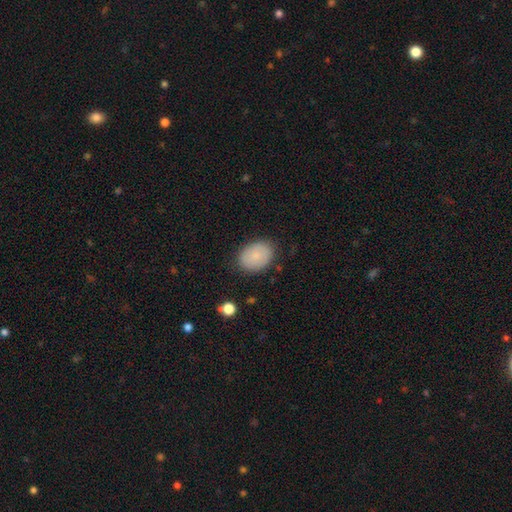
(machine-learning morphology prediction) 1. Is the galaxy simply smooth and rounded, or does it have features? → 81% smooth, 11% featured or disk, 8% star or artifact.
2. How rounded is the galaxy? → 72% in between, 27% round, 1% cigar-shaped.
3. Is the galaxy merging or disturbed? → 84% none, 12% minor disturbance, 3% major disturbance, 1% merger.